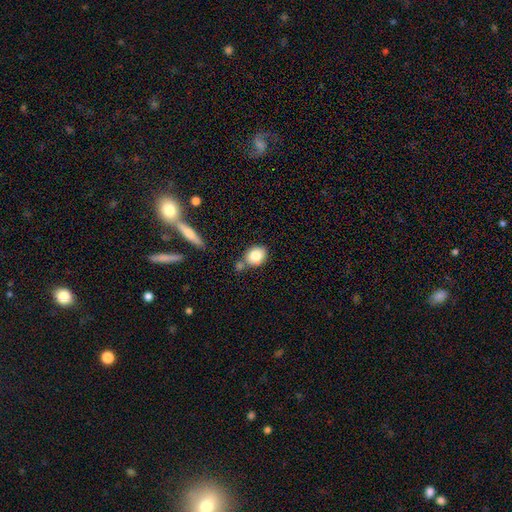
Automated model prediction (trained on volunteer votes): This appears to be a smooth galaxy with no disk features (84%) that is in between round and cigar-shaped (54%). Merging: none (62%).